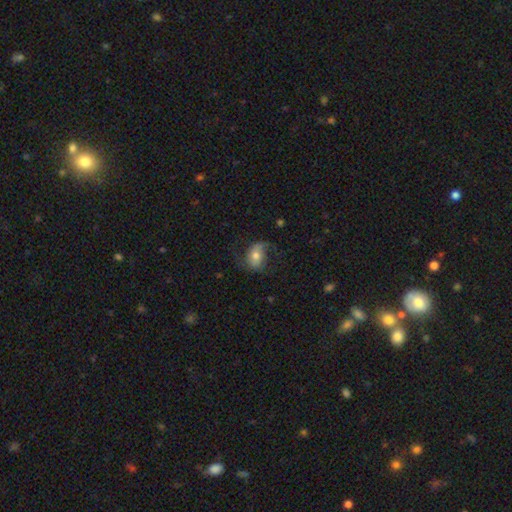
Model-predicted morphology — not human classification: type=featured or disk (49%); merging=none (56%).